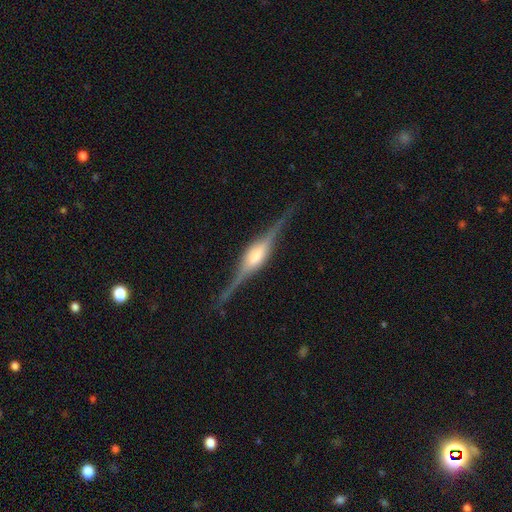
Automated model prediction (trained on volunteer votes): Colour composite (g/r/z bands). It shows a featured or disk galaxy (85%) viewed edge-on (97%) with a rounded central bulge (70%). Merging: none (83%).